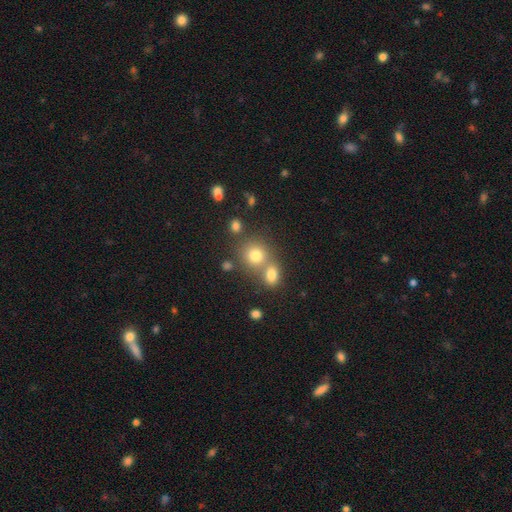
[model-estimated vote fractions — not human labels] Morphology: type=smooth (74%); roundness=round (82%); merging=none (50%).